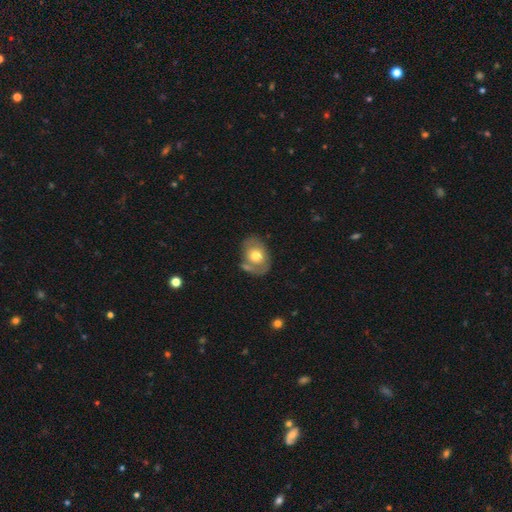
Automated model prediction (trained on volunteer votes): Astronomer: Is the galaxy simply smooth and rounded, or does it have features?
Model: smooth — 59%.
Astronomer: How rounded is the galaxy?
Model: in between — 69%.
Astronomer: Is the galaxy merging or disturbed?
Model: none — 55%.